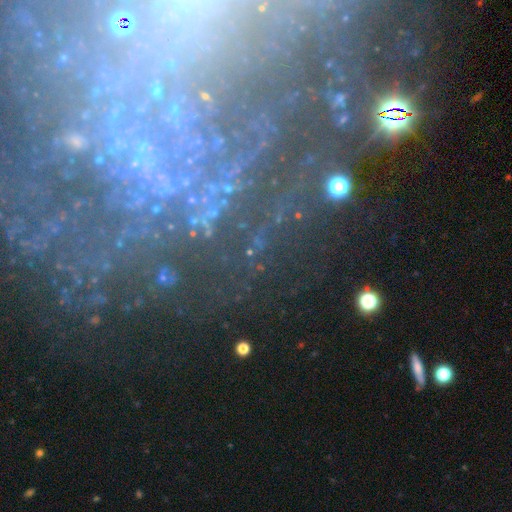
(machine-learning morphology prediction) type=featured or disk (56%); edge-on=no (91%); bar=no (66%); spiral arms=yes (67%); bulge=small (42%); merging=none (68%).